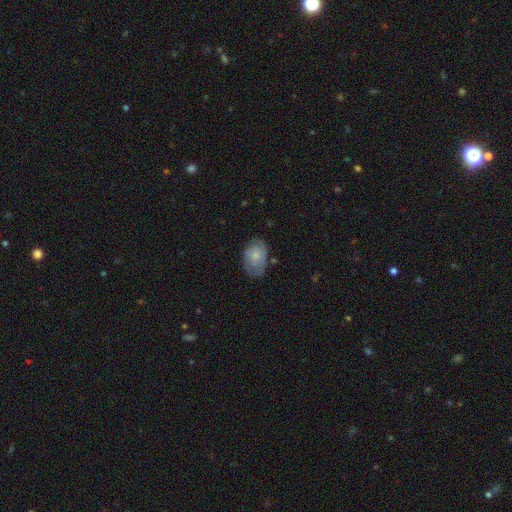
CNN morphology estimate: smooth_or_featured: smooth (p=0.65) [alt: featured or disk p=0.28]
how_rounded: in between (p=0.85) [alt: round p=0.13]
merging: none (p=0.60) [alt: minor disturbance p=0.29]